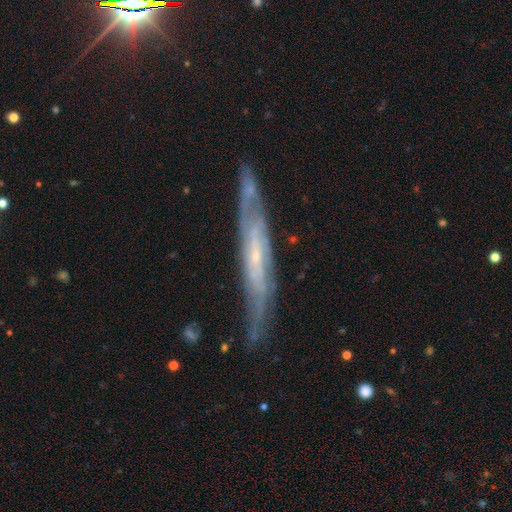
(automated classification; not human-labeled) Smooth or featured?
  - featured or disk: 78% *
  - smooth: 15%
  - star or artifact: 7%
Edge-on disk?
  - yes: 63% *
  - no: 37%
Merging?
  - none: 76% *
  - minor disturbance: 18%
  - major disturbance: 4%
  - merger: 2%